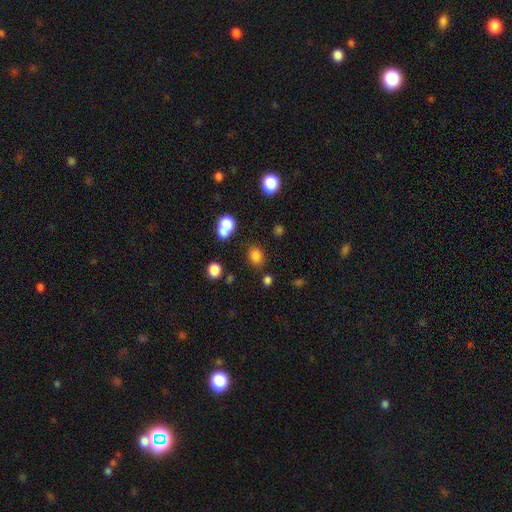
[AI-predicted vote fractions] Q: Smooth or featured?
A: smooth (80%); runner-up: star or artifact (14%)
Q: How rounded?
A: round (56%); runner-up: in between (43%)
Q: Merging?
A: none (73%); runner-up: minor disturbance (13%)